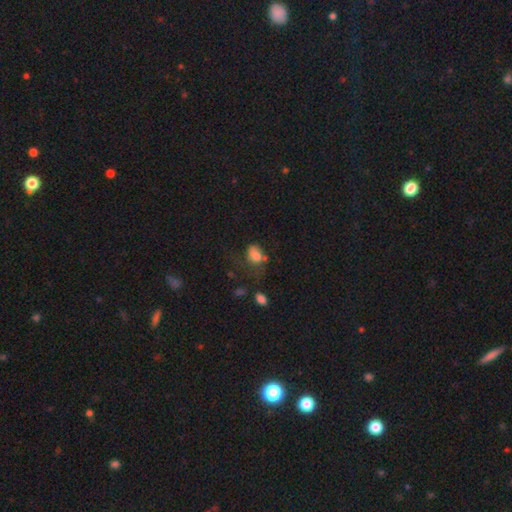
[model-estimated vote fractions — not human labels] A smooth galaxy with no disk features (74%) that is in between round and cigar-shaped (72%). Merging: major disturbance (32%).